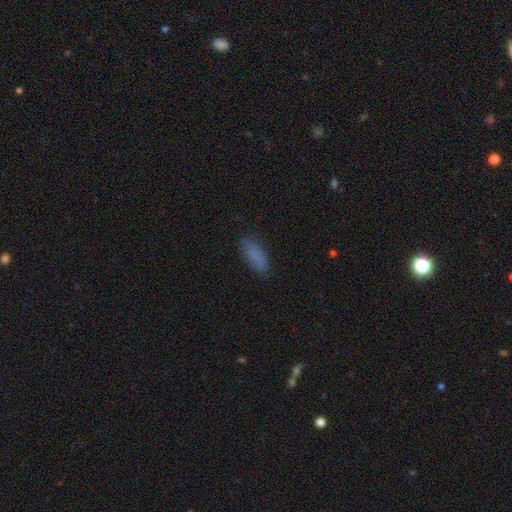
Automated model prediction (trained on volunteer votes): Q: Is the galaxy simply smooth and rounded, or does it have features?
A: smooth — 82%.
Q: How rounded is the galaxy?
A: in between — 72%.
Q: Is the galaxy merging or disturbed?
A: none — 76%.